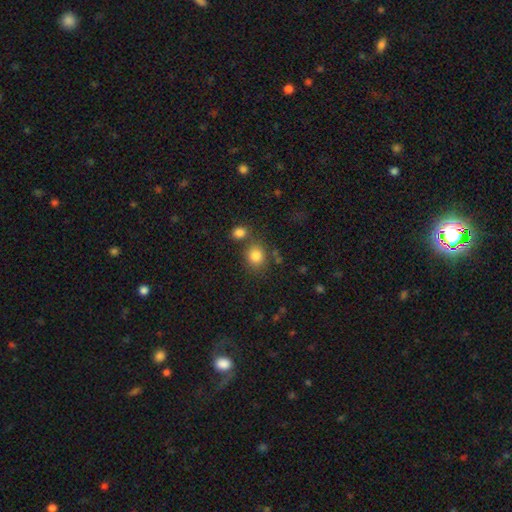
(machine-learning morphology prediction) Q: Smooth or featured?
A: smooth (83%); runner-up: star or artifact (11%)
Q: How rounded?
A: round (75%); runner-up: in between (24%)
Q: Merging?
A: none (65%); runner-up: merger (19%)